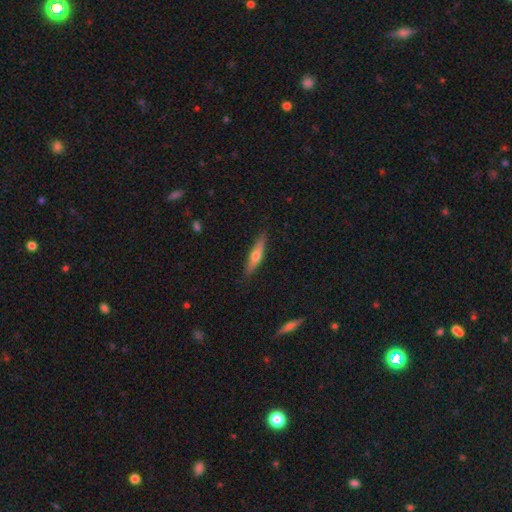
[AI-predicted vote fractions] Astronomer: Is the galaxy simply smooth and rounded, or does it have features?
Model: featured or disk — 50% (runner-up: smooth, 44%).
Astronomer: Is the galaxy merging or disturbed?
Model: none — 87%.